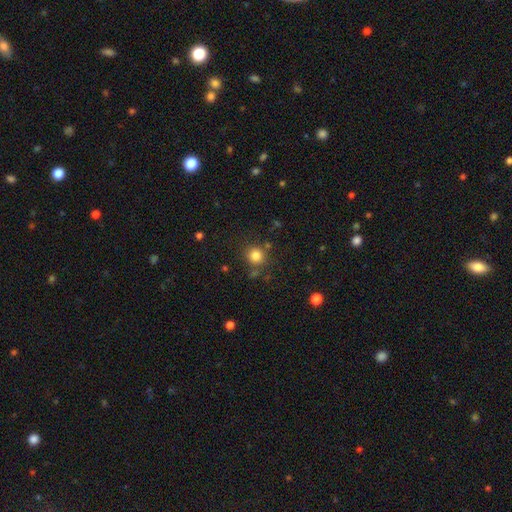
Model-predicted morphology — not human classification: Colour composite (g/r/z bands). It shows a smooth galaxy with no disk features (82%) that is round (91%). Merging: none (81%).